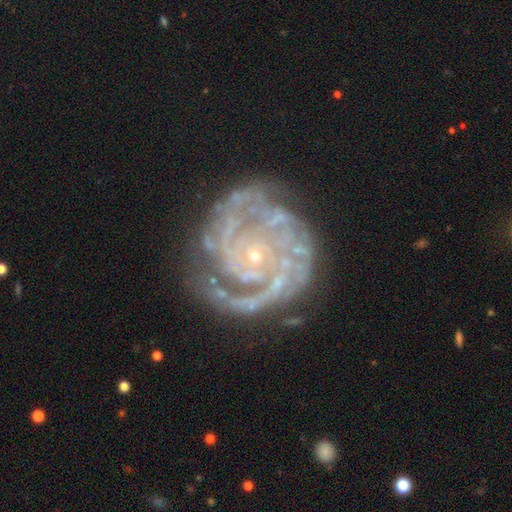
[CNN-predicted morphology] This appears to be a featured or disk galaxy (89%) with no bar (79%), 2 (27%) tight (68%) spiral arms (97%) and a small central bulge (86%). Merging: none (68%).